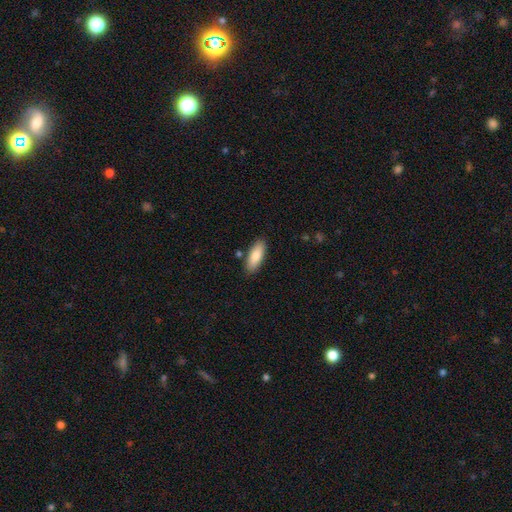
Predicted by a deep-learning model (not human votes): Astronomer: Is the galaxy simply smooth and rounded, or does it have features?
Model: smooth — 85%.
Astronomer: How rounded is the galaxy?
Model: in between — 71%.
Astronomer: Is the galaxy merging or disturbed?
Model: none — 85%.